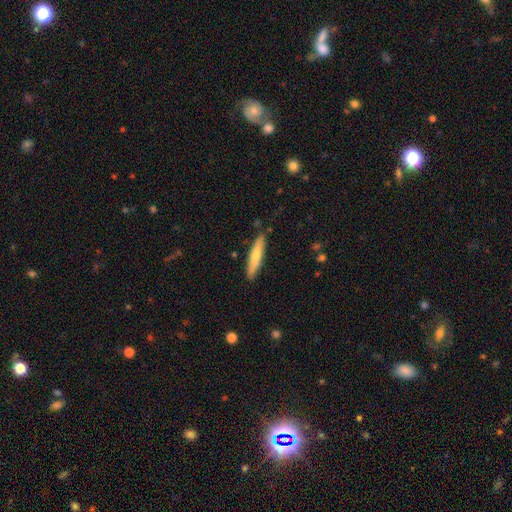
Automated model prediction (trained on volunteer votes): Q: Smooth or featured?
A: smooth (63%); runner-up: featured or disk (32%)
Q: How rounded?
A: cigar-shaped (87%); runner-up: in between (11%)
Q: Merging?
A: none (85%); runner-up: minor disturbance (11%)